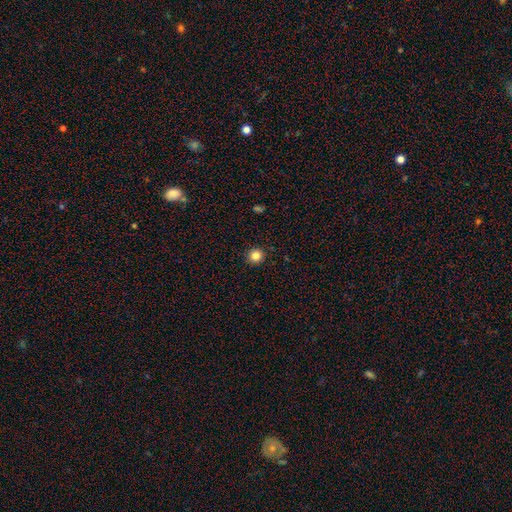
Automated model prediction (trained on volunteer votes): Q: Smooth or featured?
A: smooth (84%); runner-up: star or artifact (11%)
Q: How rounded?
A: round (93%); runner-up: in between (6%)
Q: Merging?
A: none (93%); runner-up: minor disturbance (5%)